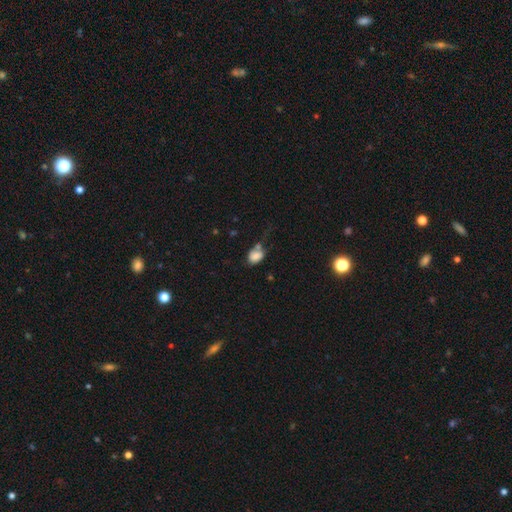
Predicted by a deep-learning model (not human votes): Overall: smooth (78%). How rounded: in between (68%; round 31%). Merging: none (36%; minor disturbance 25%).